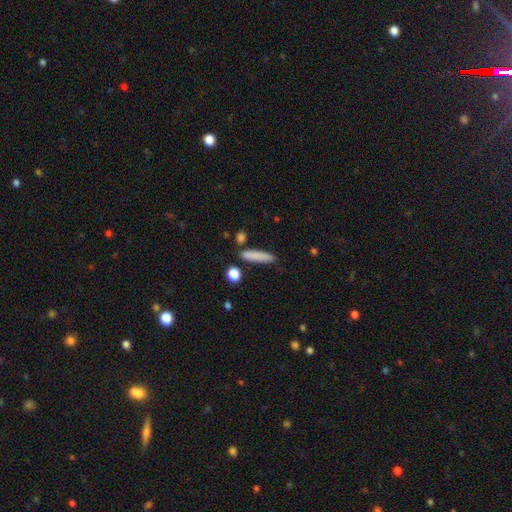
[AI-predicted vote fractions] Q: Smooth or featured?
A: smooth (83%); runner-up: featured or disk (10%)
Q: How rounded?
A: cigar-shaped (83%); runner-up: in between (15%)
Q: Merging?
A: none (81%); runner-up: minor disturbance (11%)